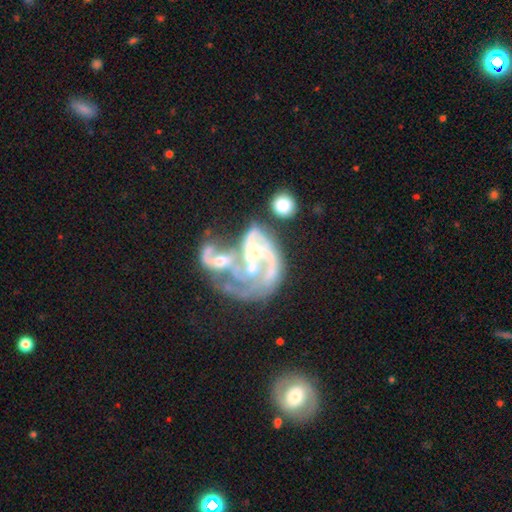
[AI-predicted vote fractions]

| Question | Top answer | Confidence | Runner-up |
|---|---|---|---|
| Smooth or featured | featured or disk | 83% | star or artifact (9%) |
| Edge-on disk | no | 98% | yes (2%) |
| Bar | no | 68% | weak (24%) |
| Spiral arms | yes | 73% | no (27%) |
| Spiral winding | medium | 40% | loose (38%) |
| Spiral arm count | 2 | 36% | can't tell (28%) |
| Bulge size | small | 39% | moderate (32%) |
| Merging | merger | 55% | major disturbance (26%) |